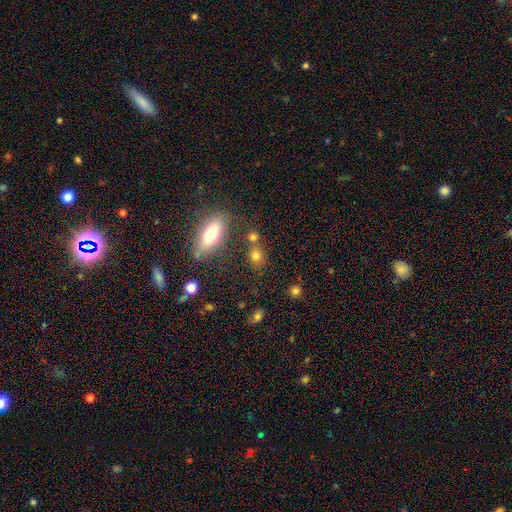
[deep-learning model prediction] smooth_or_featured: smooth (p=0.77) [alt: star or artifact p=0.13]
how_rounded: round (p=0.59) [alt: in between p=0.37]
merging: none (p=0.63) [alt: merger p=0.22]